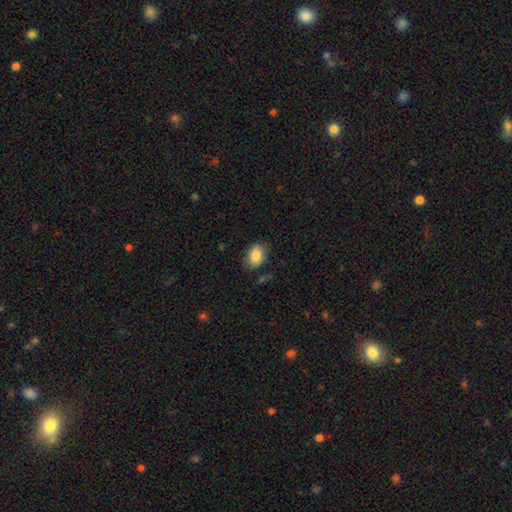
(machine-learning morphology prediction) This is clearly a smooth galaxy (84%). How rounded: likely in between (77%). Merging: likely none (76%).